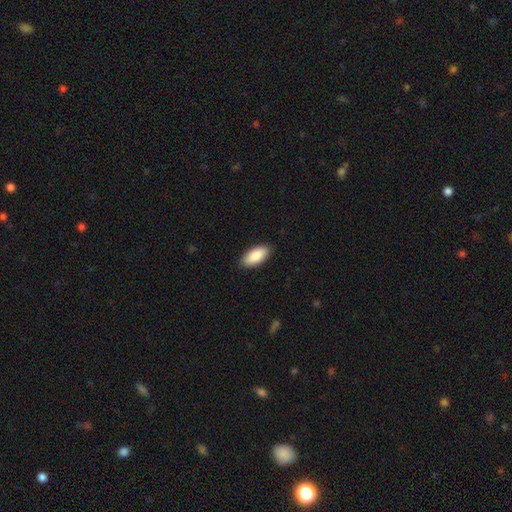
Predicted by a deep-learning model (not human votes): Smooth or featured?
  - smooth: 89% *
  - featured or disk: 6%
  - star or artifact: 6%
How rounded?
  - in between: 91% *
  - cigar-shaped: 7%
  - round: 2%
Merging?
  - none: 89% *
  - minor disturbance: 8%
  - major disturbance: 2%
  - merger: 1%